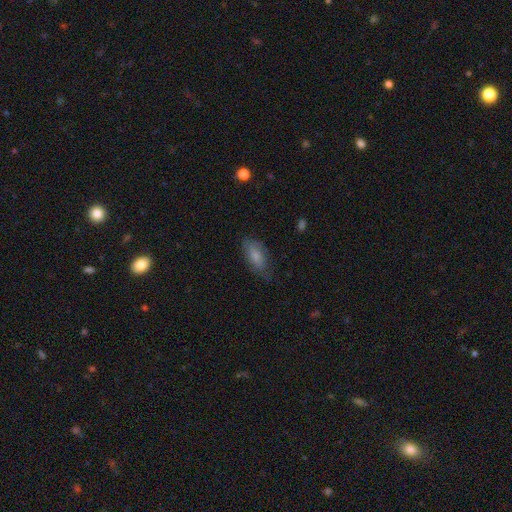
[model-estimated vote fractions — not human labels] smooth 79%, featured or disk 13%, star or artifact 7%. Down the decision tree: how rounded — in between (85%); merging — none (70%).